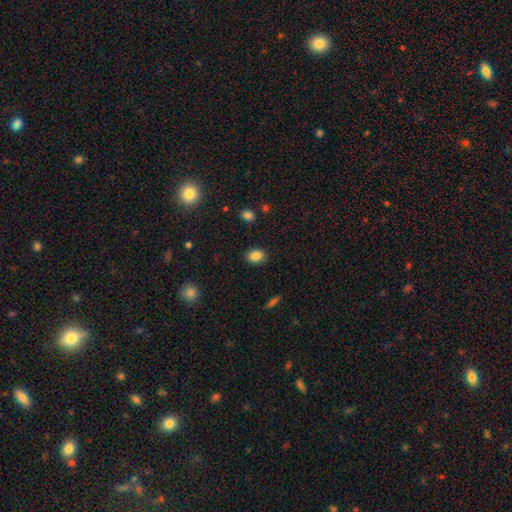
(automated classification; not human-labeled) A smooth galaxy with no disk features (85%) that is in between round and cigar-shaped (60%).

Vote fractions:
- Smooth or featured? smooth: 85% / star or artifact: 10% / featured or disk: 5%
- How rounded? in between: 60% / round: 39% / cigar-shaped: 1%
- Merging? none: 88% / minor disturbance: 8% / major disturbance: 2% / merger: 1%